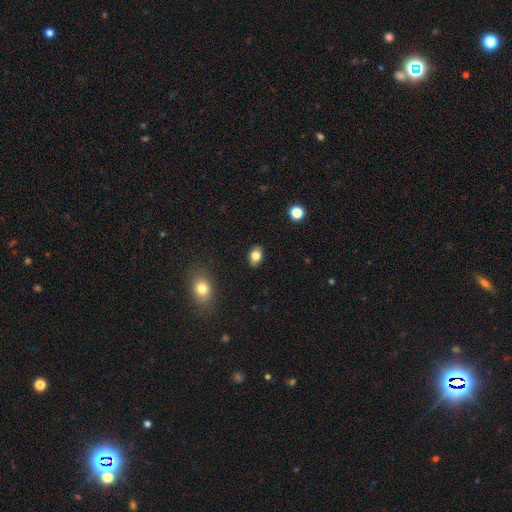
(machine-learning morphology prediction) This is clearly a smooth galaxy (83%). How rounded: likely in between (79%). Merging: clearly none (87%).